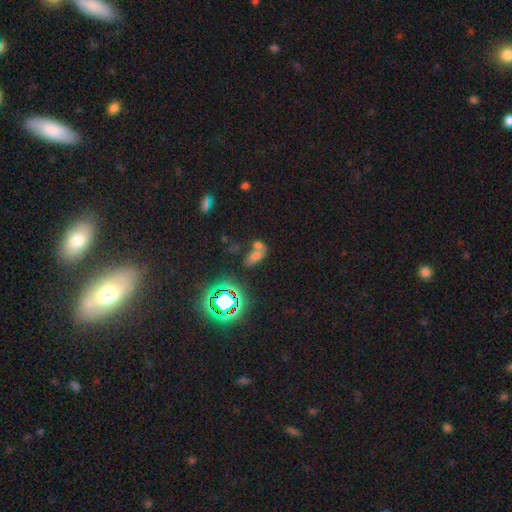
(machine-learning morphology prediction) type=smooth (55%); roundness=in between (81%); merging=merger (51%).